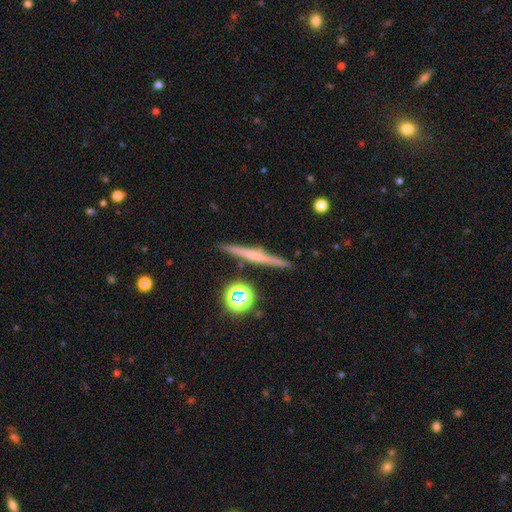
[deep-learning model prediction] smooth-or-featured: featured or disk: 58% | smooth: 33% | star or artifact: 10%
  disk-edge-on: yes: 97% | no: 3%
    edge-on-bulge: rounded: 44% | none: 41% | boxy: 15%
  merging: none: 89% | minor disturbance: 7% | merger: 2% | major disturbance: 2%